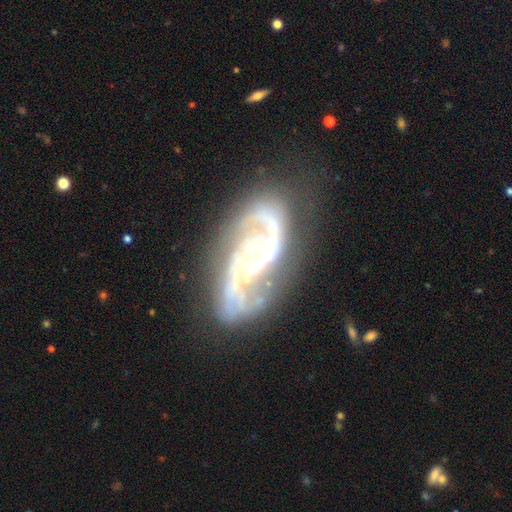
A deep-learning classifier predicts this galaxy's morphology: A featured or disk galaxy (91%) with no bar (48%), 2 (82%) medium (53%) spiral arms (97%) and a small central bulge (56%). Merging: none (69%).